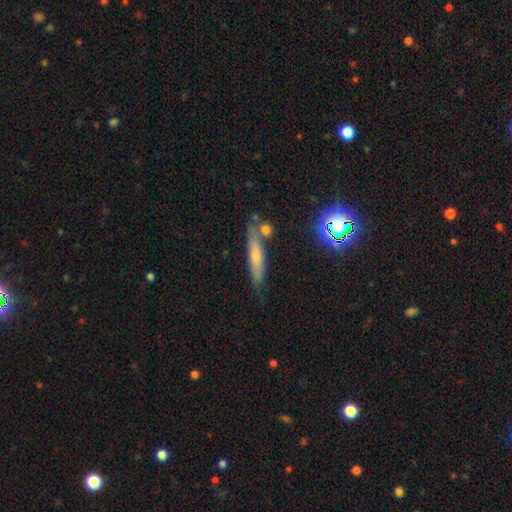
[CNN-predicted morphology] smooth-or-featured: smooth: 46% | featured or disk: 37% | star or artifact: 16%
  merging: none: 75% | minor disturbance: 15% | merger: 7% | major disturbance: 4%